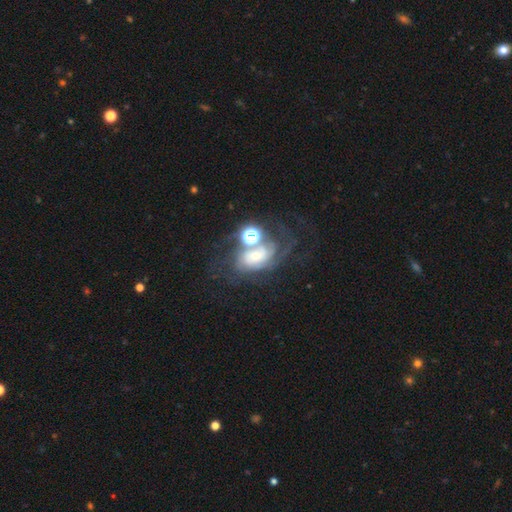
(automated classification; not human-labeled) smooth-or-featured: featured or disk: 61% | smooth: 20% | star or artifact: 19%
  disk-edge-on: no: 96% | yes: 4%
    bar: no: 62% | weak: 25% | strong: 13%
    has-spiral-arms: yes: 86% | no: 14%
      spiral-winding: tight: 43% | medium: 39% | loose: 18%
      spiral-arm-count: can't tell: 34% | 2: 23% | 3: 19% | 1: 10% | 4: 7% | more than 4: 6%
    bulge-size: small: 36% | moderate: 30% | large: 17% | none: 9% | dominant: 7%
  merging: none: 35% | major disturbance: 26% | merger: 24% | minor disturbance: 15%